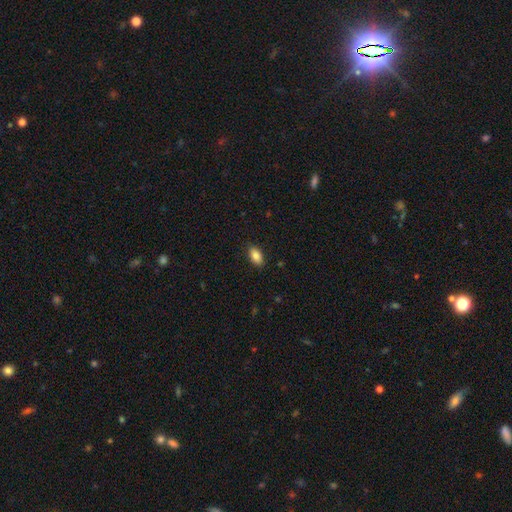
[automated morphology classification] This is clearly a smooth galaxy (87%). How rounded: clearly in between (92%). Merging: clearly none (88%).